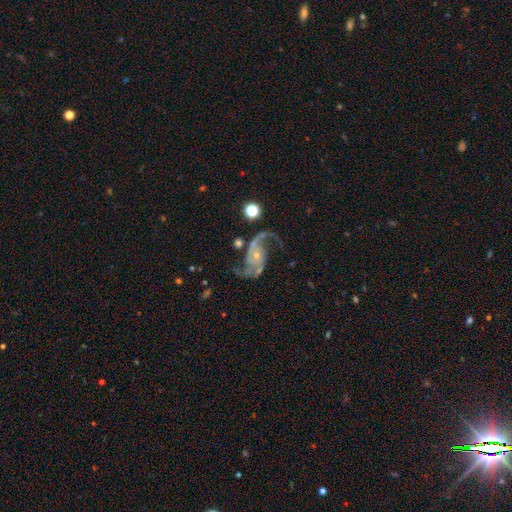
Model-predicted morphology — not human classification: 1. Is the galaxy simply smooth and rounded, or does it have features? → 91% featured or disk, 6% star or artifact, 3% smooth.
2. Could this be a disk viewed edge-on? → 98% no, 2% yes.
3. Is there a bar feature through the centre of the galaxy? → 64% no, 26% weak, 9% strong.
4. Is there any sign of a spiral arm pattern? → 97% yes, 3% no.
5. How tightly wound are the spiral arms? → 57% loose, 36% medium, 7% tight.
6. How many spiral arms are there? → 92% 2, 2% can't tell, 2% 1, 2% 3, 1% 4, 1% more than 4.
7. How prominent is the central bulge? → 71% small, 22% moderate, 4% none, 2% large, 1% dominant.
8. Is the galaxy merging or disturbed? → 63% none, 17% minor disturbance, 16% major disturbance, 5% merger.